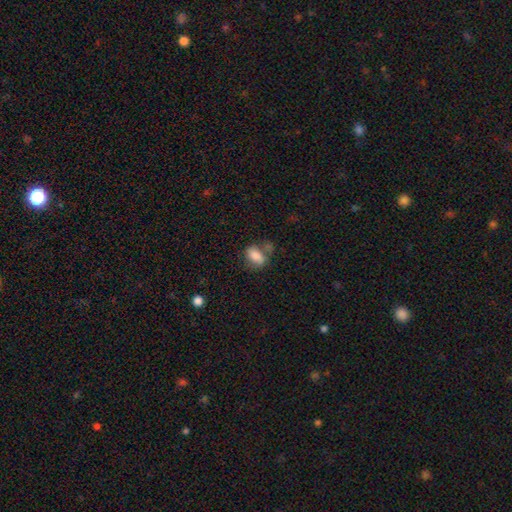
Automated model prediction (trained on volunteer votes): A smooth galaxy with no disk features (80%) that is in between round and cigar-shaped (84%).

Vote fractions:
- Smooth or featured? smooth: 80% / featured or disk: 11% / star or artifact: 9%
- How rounded? in between: 84% / round: 13% / cigar-shaped: 3%
- Merging? none: 46% / minor disturbance: 22% / merger: 20% / major disturbance: 12%